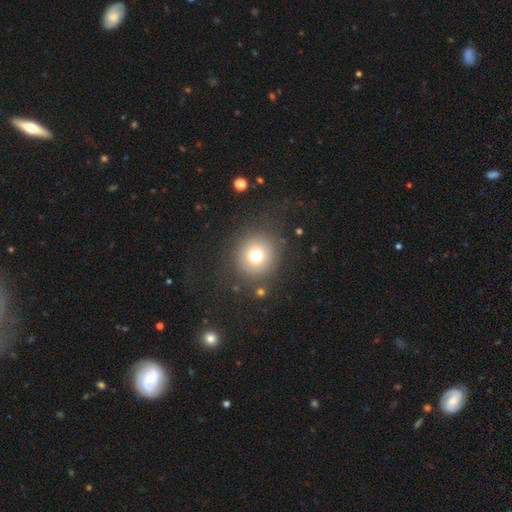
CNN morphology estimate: The model was most divided on "smooth or featured": smooth: 72%, star or artifact: 15%, featured or disk: 13%. More confident: how rounded — round (93%); merging — none (84%).